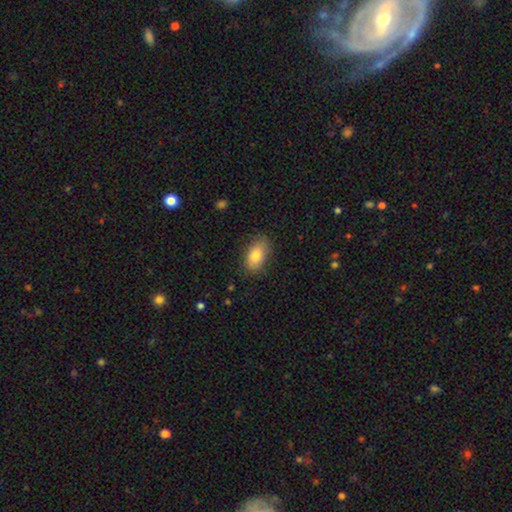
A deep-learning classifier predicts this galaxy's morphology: Overall: smooth (82%). How rounded: in between (91%). Merging: none (81%).